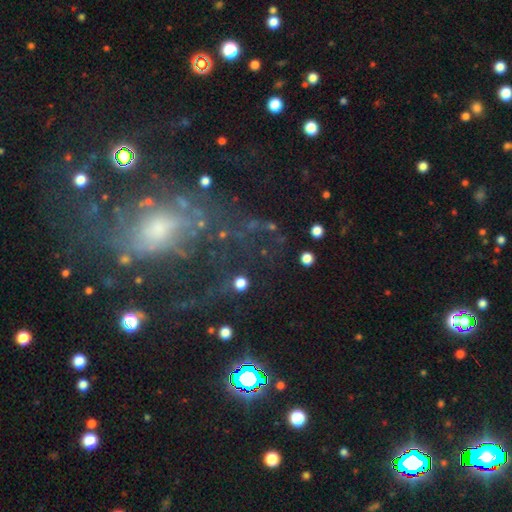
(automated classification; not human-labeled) This is possibly a featured or disk galaxy (54%). It is clearly not viewed edge-on (92%). Merging: possibly none (49%).